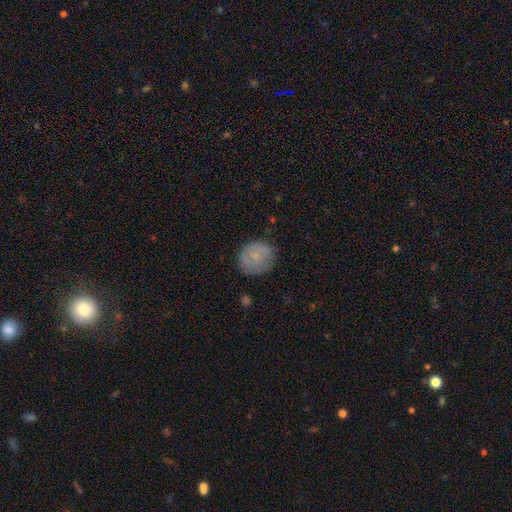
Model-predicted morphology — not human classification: This is possibly a smooth galaxy (59%). How rounded: likely round (72%). Merging: likely none (73%).